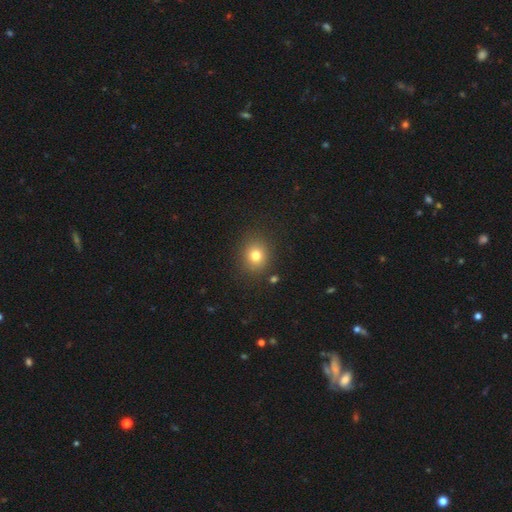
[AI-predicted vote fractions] Q: Smooth or featured?
A: smooth (78%); runner-up: star or artifact (14%)
Q: How rounded?
A: round (77%); runner-up: in between (23%)
Q: Merging?
A: none (86%); runner-up: minor disturbance (8%)